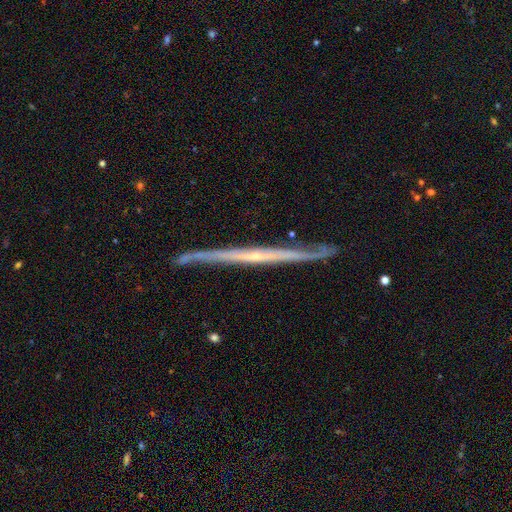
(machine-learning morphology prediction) This appears to be a featured or disk galaxy (80%) viewed edge-on (97%) with no central bulge (64%). Merging: none (83%).